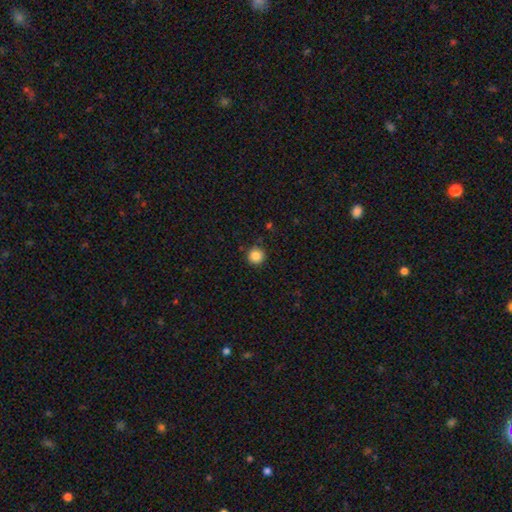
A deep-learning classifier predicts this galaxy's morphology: A smooth galaxy with no disk features (85%) that is round (95%).

Vote fractions:
- Smooth or featured? smooth: 85% / star or artifact: 10% / featured or disk: 5%
- How rounded? round: 95% / in between: 4% / cigar-shaped: 1%
- Merging? none: 90% / minor disturbance: 7% / major disturbance: 2% / merger: 1%